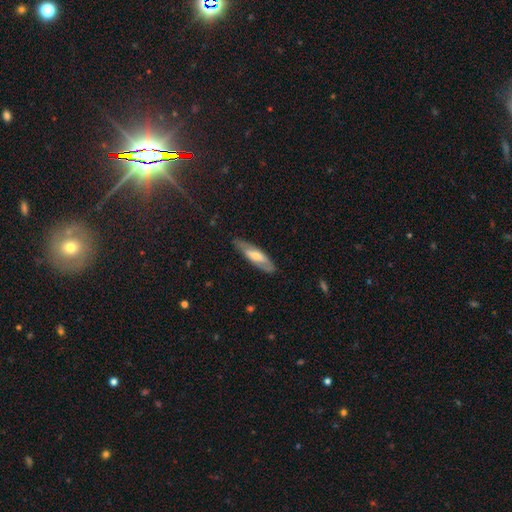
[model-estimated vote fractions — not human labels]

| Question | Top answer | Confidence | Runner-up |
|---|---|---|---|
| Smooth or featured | featured or disk | 53% | smooth (41%) |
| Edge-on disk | no | 59% | yes (41%) |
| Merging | none | 82% | minor disturbance (14%) |